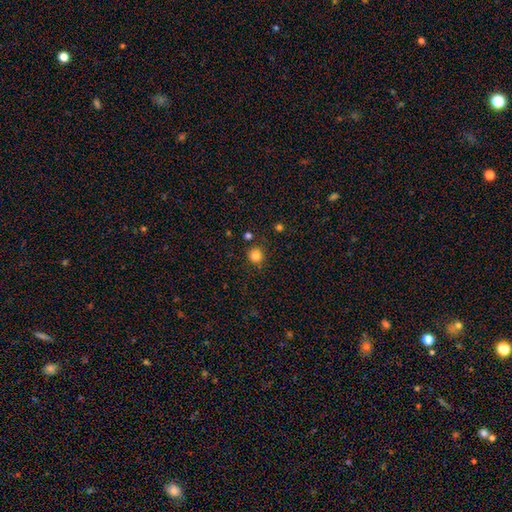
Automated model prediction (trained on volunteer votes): Smooth or featured? Predicted: smooth (p=0.84). How rounded? Predicted: round (p=0.92). Merging? Predicted: none (p=0.86).